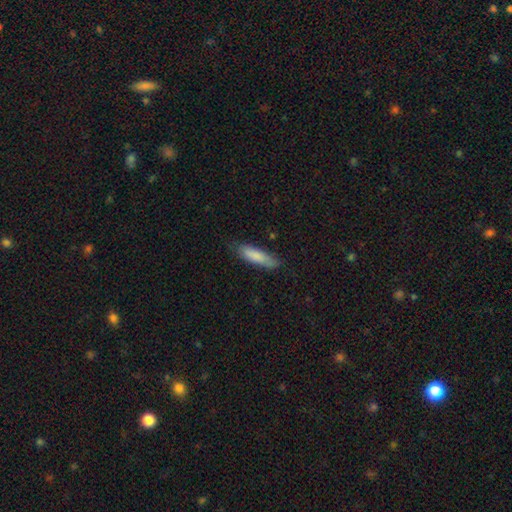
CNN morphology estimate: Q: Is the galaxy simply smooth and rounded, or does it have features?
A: smooth — 83%.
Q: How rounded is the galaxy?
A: cigar-shaped — 64%.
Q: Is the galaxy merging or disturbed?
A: none — 75%.